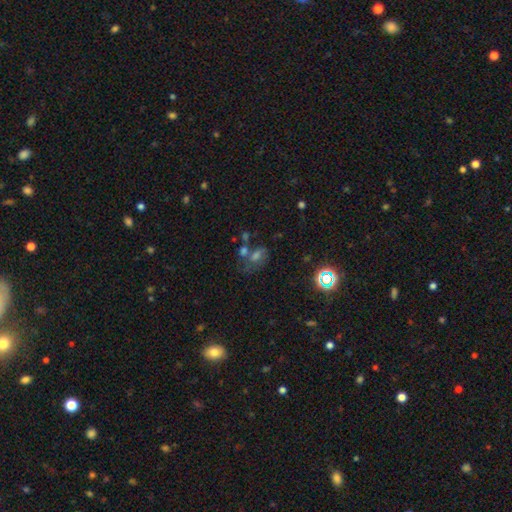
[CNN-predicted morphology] Smooth or featured: star or artifact — 38% (smooth — 37%)